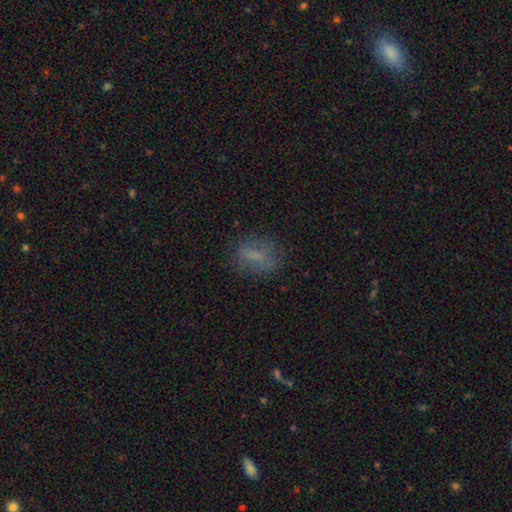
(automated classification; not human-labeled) A smooth galaxy with no disk features (64%) that is in between round and cigar-shaped (67%). Merging: none (72%).